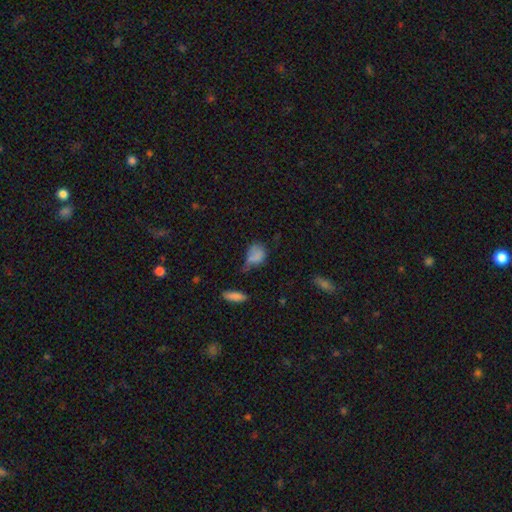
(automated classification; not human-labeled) The model was most divided on "merging": none: 35%, minor disturbance: 31%, major disturbance: 21%, merger: 12%. More confident: smooth or featured — smooth (76%); how rounded — in between (63%).